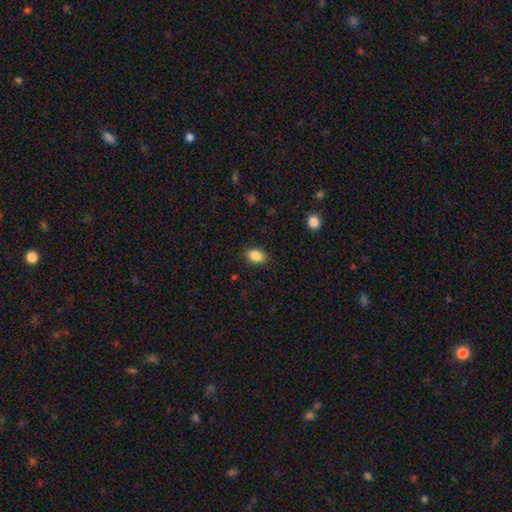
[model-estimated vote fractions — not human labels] smooth_or_featured: smooth (p=0.88) [alt: star or artifact p=0.09]
how_rounded: in between (p=0.76) [alt: round p=0.23]
merging: none (p=0.88) [alt: minor disturbance p=0.08]